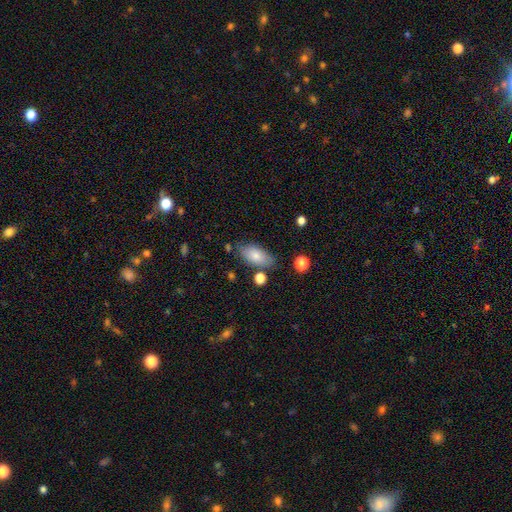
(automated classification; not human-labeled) A smooth galaxy with no disk features (78%) that is in between round and cigar-shaped (90%). Merging: none (74%).